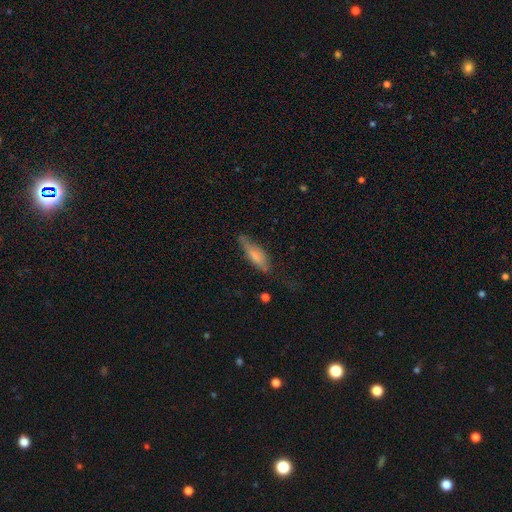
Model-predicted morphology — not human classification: A smooth galaxy with no disk features (63%) that is cigar-shaped (56%).

Vote fractions:
- Smooth or featured? smooth: 63% / featured or disk: 29% / star or artifact: 7%
- How rounded? cigar-shaped: 56% / in between: 42% / round: 2%
- Merging? none: 52% / minor disturbance: 31% / major disturbance: 13% / merger: 3%